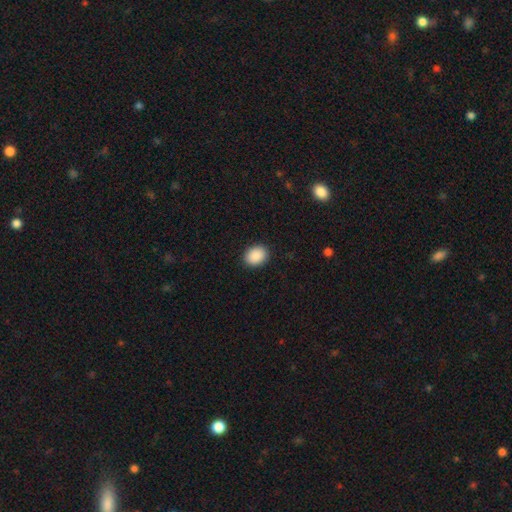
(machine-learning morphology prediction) Smooth or featured? smooth (90%)
How rounded? in between (60%)
Merging? none (90%)